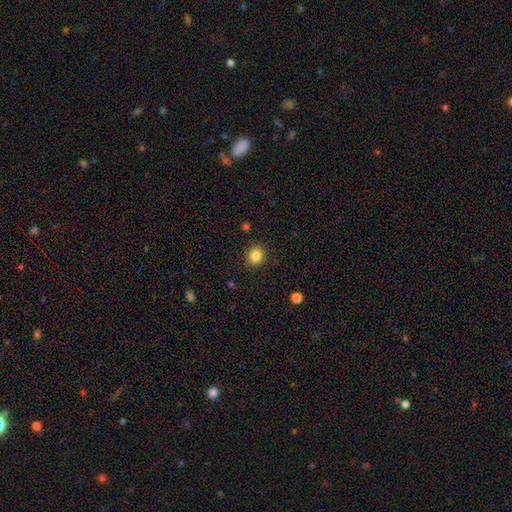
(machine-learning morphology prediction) type=smooth (83%); roundness=round (86%); merging=none (91%).